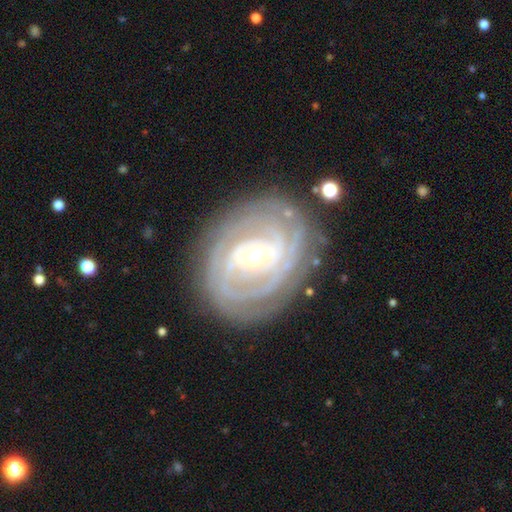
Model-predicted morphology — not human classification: A featured or disk galaxy (88%) with a weak bar (45%), tight (80%) spiral arms (95%) and a moderate central bulge (61%). Merging: none (80%).